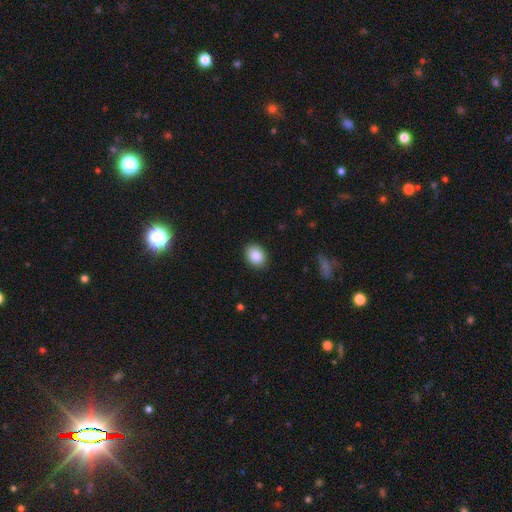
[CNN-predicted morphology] Overall: smooth (86%). How rounded: in between (62%; round 37%). Merging: none (90%).